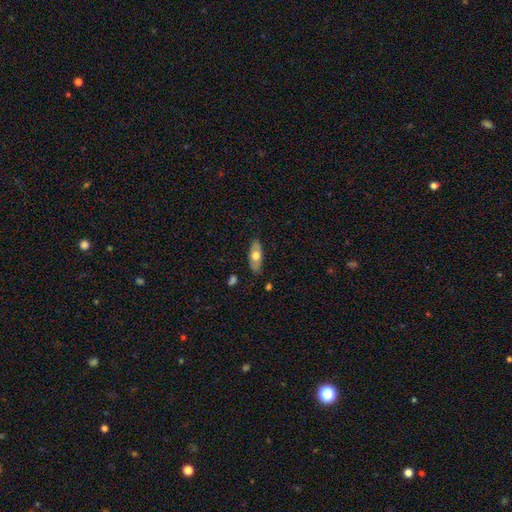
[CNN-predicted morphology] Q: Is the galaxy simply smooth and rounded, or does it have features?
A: smooth — 59%.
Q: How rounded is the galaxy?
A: in between — 81%.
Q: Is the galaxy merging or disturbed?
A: none — 83%.